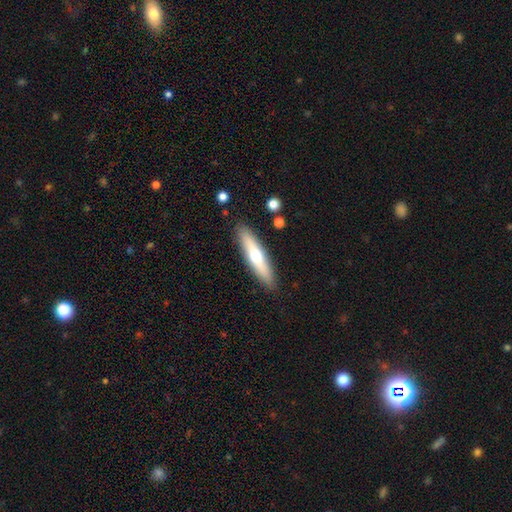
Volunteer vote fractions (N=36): Overall: featured or disk (56%; smooth 42%). Edge-on disk: yes (100%). Edge-on bulge: rounded (90%). Merging: none (89%).